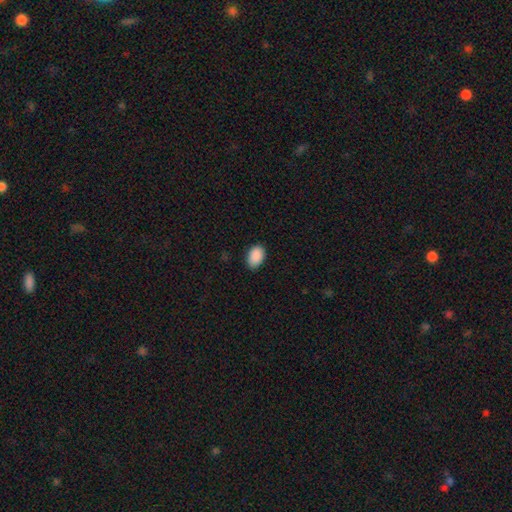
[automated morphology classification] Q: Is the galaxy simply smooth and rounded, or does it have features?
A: smooth — 91%.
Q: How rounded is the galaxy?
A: in between — 89%.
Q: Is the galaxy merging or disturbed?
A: none — 86%.